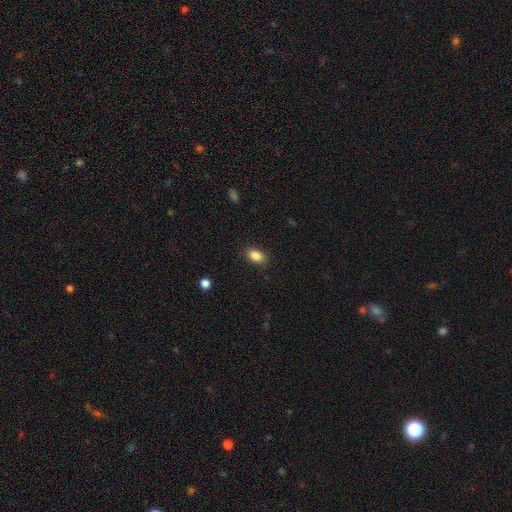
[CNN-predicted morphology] Overall: smooth (86%). How rounded: in between (87%). Merging: none (87%).